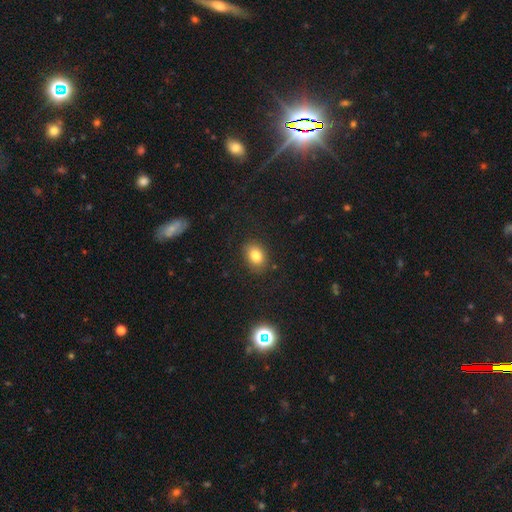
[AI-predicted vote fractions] Q: Smooth or featured?
A: smooth (81%); runner-up: star or artifact (11%)
Q: How rounded?
A: in between (68%); runner-up: round (31%)
Q: Merging?
A: none (85%); runner-up: minor disturbance (10%)